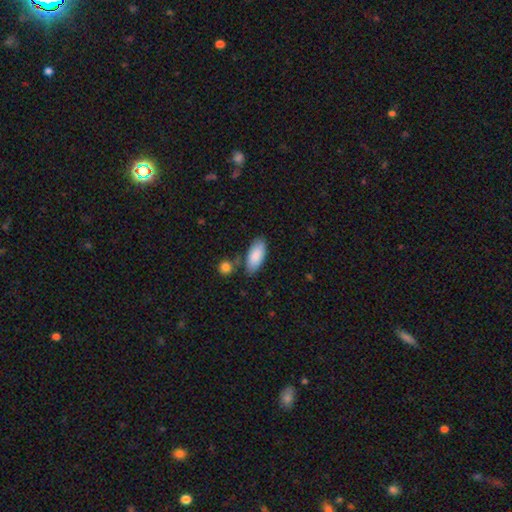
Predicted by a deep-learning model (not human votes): This appears to be a smooth galaxy with no disk features (87%) that is in between round and cigar-shaped (89%). Merging: none (73%).